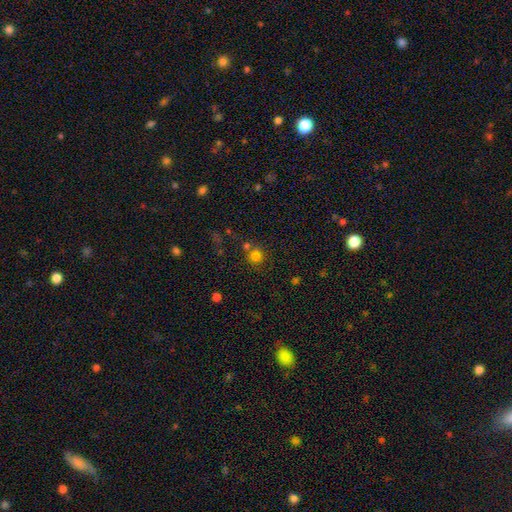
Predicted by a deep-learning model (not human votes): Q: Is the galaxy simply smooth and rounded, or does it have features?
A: smooth — 77%.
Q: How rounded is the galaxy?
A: round — 91%.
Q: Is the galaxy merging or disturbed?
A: none — 69%.